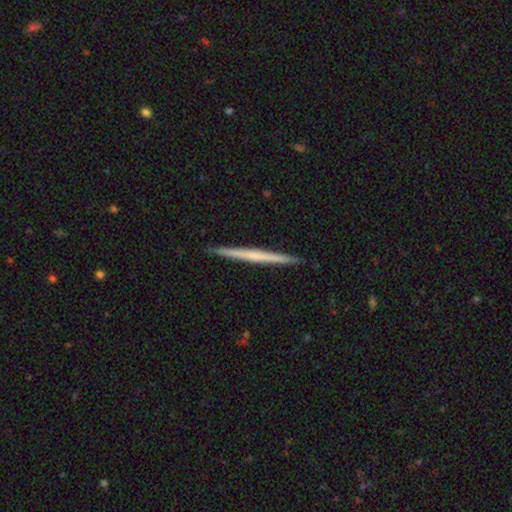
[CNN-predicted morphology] This is possibly a featured or disk galaxy (52%). It is clearly viewed edge-on (98%). Edge-on bulge: clearly none (86%). Merging: clearly none (93%).